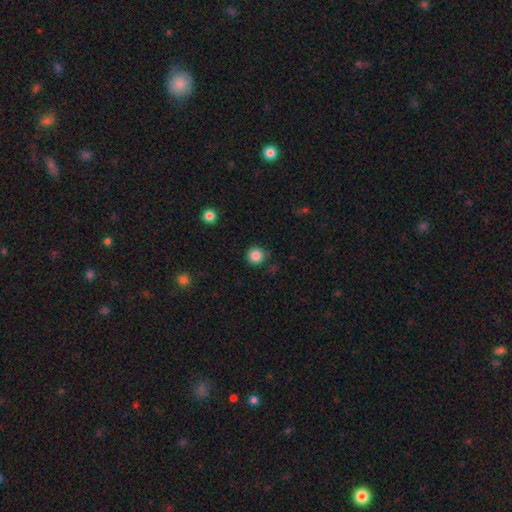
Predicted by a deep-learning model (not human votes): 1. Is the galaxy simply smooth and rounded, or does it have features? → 86% smooth, 11% star or artifact, 3% featured or disk.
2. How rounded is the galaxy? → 96% round, 3% in between, 1% cigar-shaped.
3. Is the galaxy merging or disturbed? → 89% none, 7% minor disturbance, 2% major disturbance, 2% merger.